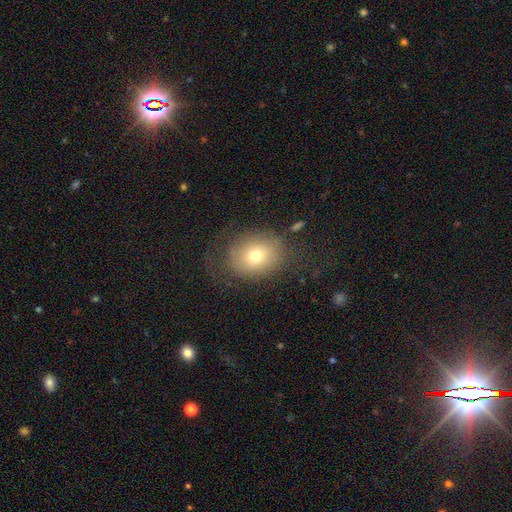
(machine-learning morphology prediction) Smooth or featured: smooth — 69% (featured or disk — 19%)
How rounded: round — 55% (in between — 45%)
Merging: none — 63% (minor disturbance — 18%)